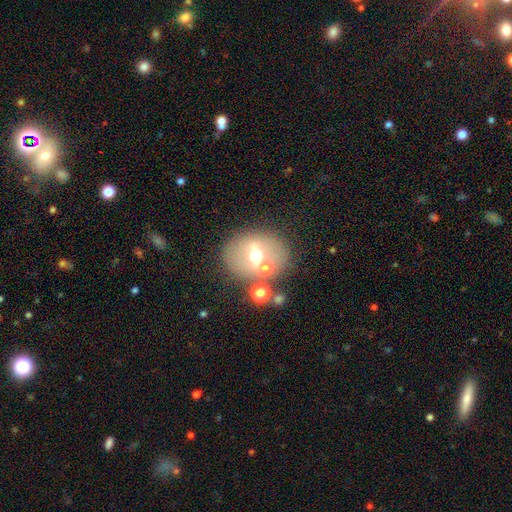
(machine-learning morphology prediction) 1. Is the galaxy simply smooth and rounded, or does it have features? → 45% smooth, 42% featured or disk, 13% star or artifact.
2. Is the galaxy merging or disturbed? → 66% none, 16% merger, 12% minor disturbance, 6% major disturbance.